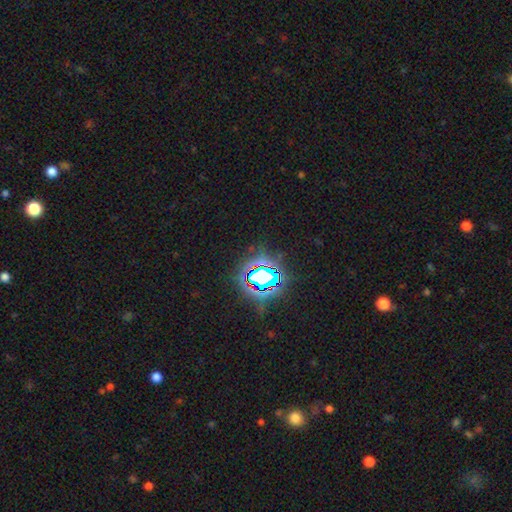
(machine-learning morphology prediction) smooth_or_featured: star or artifact (p=0.85) [alt: smooth p=0.10]